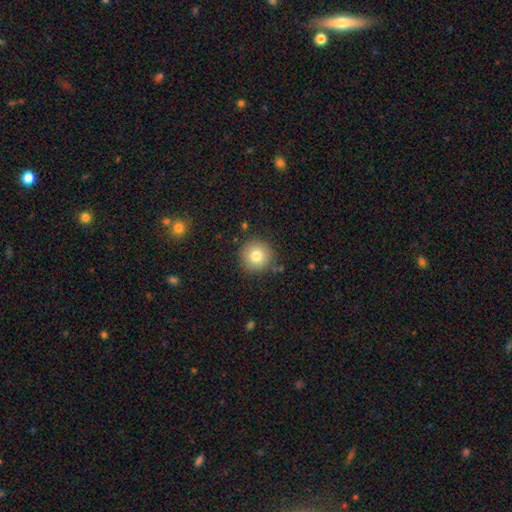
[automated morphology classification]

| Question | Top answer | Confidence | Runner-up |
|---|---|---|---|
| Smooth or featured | smooth | 80% | star or artifact (10%) |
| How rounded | round | 94% | in between (5%) |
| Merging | none | 86% | minor disturbance (9%) |